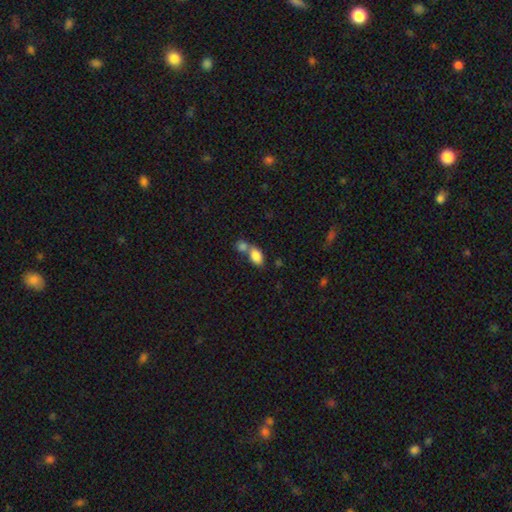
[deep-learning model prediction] smooth-or-featured: smooth: 84% | star or artifact: 8% | featured or disk: 8%
  how-rounded: in between: 88% | round: 10% | cigar-shaped: 2%
  merging: merger: 54% | none: 34% | minor disturbance: 8% | major disturbance: 3%